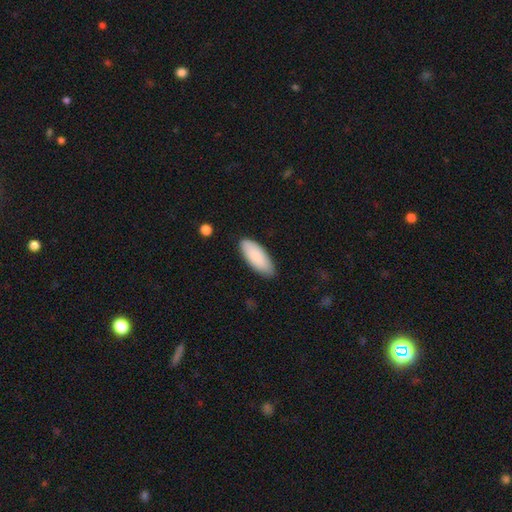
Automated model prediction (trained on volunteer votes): smooth_or_featured: smooth (p=0.88) [alt: featured or disk p=0.07]
how_rounded: in between (p=0.80) [alt: cigar-shaped p=0.19]
merging: none (p=0.83) [alt: minor disturbance p=0.14]